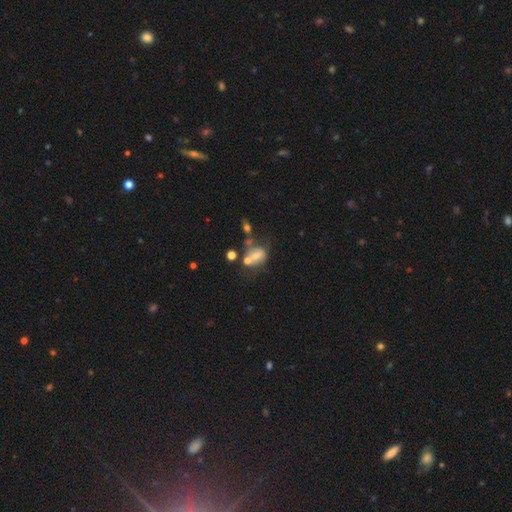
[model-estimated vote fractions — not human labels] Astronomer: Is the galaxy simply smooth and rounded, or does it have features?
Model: smooth — 55% (runner-up: featured or disk, 30%).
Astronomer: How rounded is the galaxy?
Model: in between — 66%.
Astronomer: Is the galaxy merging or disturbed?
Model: merger — 33% (runner-up: none, 30%).